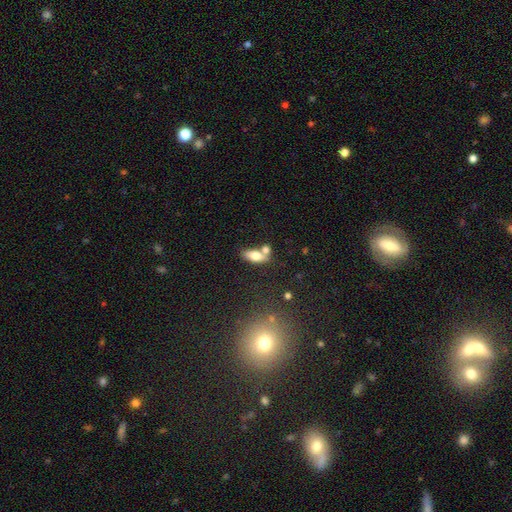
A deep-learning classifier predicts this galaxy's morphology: Q: Smooth or featured?
A: smooth (71%); runner-up: featured or disk (21%)
Q: How rounded?
A: in between (80%); runner-up: cigar-shaped (16%)
Q: Merging?
A: none (52%); runner-up: merger (32%)